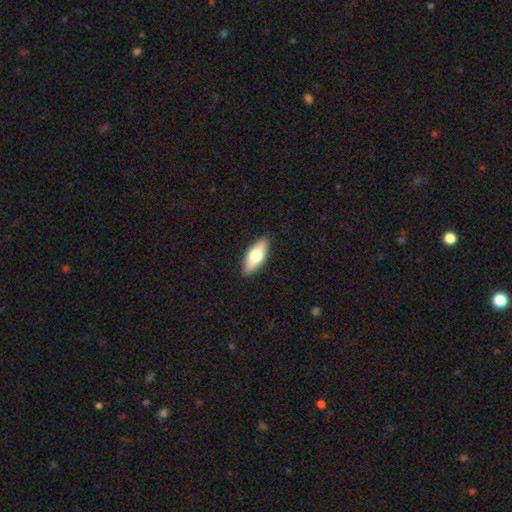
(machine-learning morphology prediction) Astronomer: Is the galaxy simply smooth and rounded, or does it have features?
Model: smooth — 68%.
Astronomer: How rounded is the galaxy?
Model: in between — 78%.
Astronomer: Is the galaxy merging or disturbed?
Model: none — 88%.